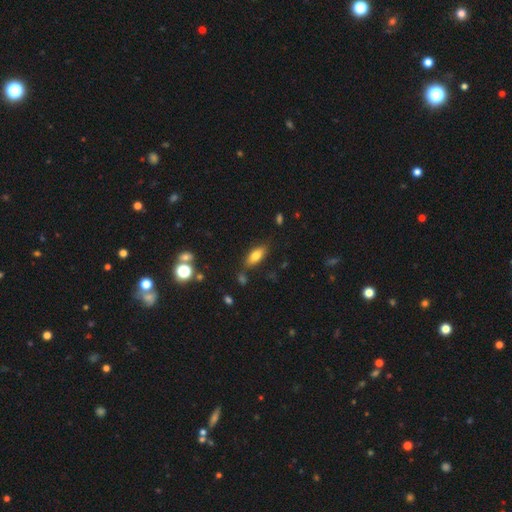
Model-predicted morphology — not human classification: Smooth or featured? Predicted: smooth (p=0.76). How rounded? Predicted: in between (p=0.78). Merging? Predicted: none (p=0.78).